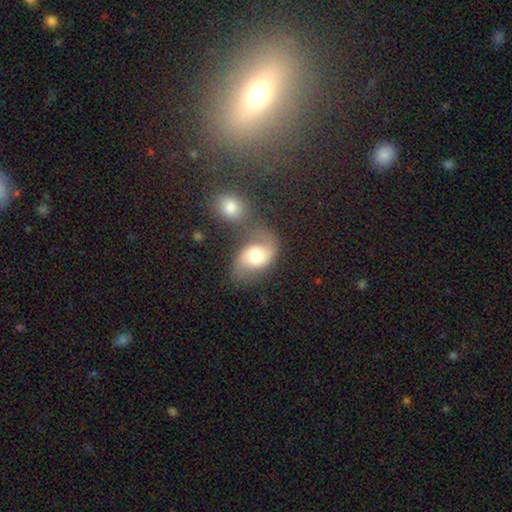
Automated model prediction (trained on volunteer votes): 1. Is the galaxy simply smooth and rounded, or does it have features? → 49% featured or disk, 42% smooth, 9% star or artifact.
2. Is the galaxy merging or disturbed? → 43% merger, 33% none, 14% minor disturbance, 11% major disturbance.